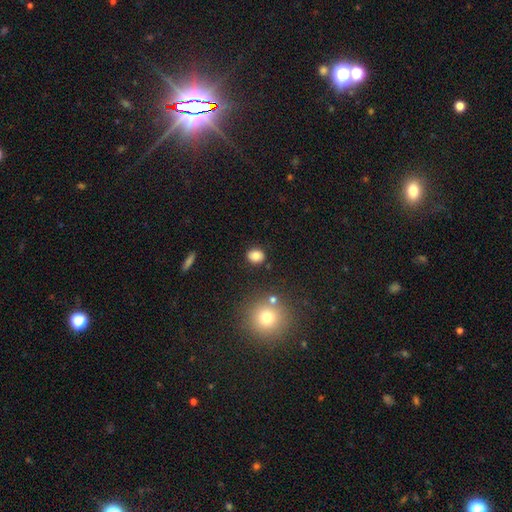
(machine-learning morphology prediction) smooth 81%, star or artifact 11%, featured or disk 7%. Down the decision tree: how rounded — round (69%); merging — none (85%).